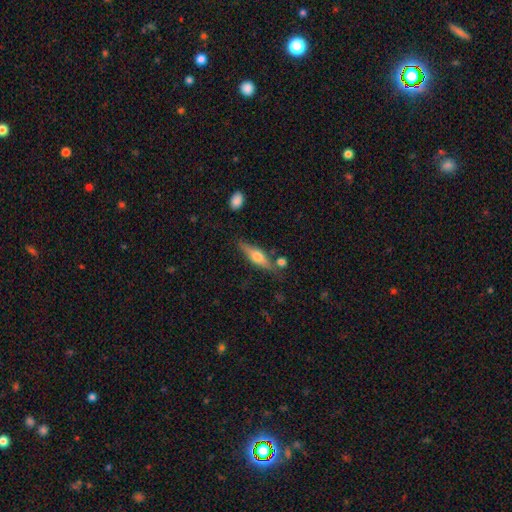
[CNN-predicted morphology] smooth-or-featured: featured or disk: 55% | smooth: 39% | star or artifact: 7%
  disk-edge-on: yes: 94% | no: 6%
    edge-on-bulge: rounded: 90% | boxy: 7% | none: 3%
  merging: none: 76% | minor disturbance: 14% | merger: 7% | major disturbance: 3%